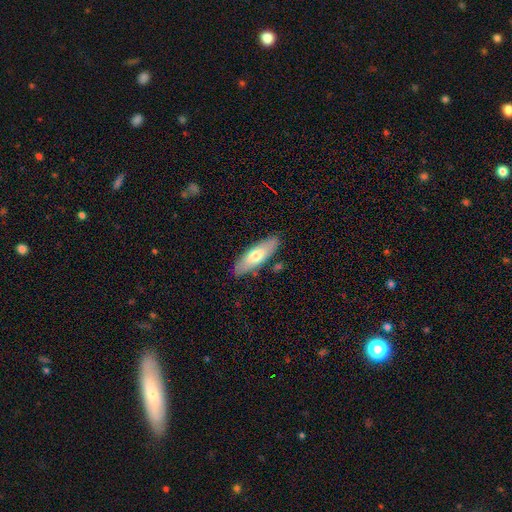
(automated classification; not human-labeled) Smooth or featured? Predicted: smooth (p=0.65). How rounded? Predicted: in between (p=0.58). Merging? Predicted: none (p=0.84).